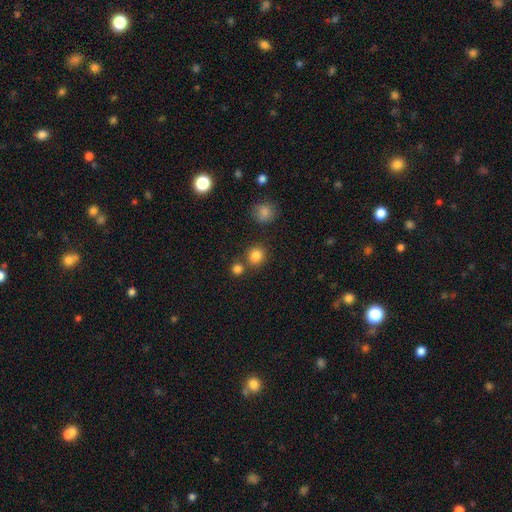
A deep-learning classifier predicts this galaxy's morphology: This appears to be a smooth galaxy with no disk features (82%) that is round (76%). Merging: none (67%).